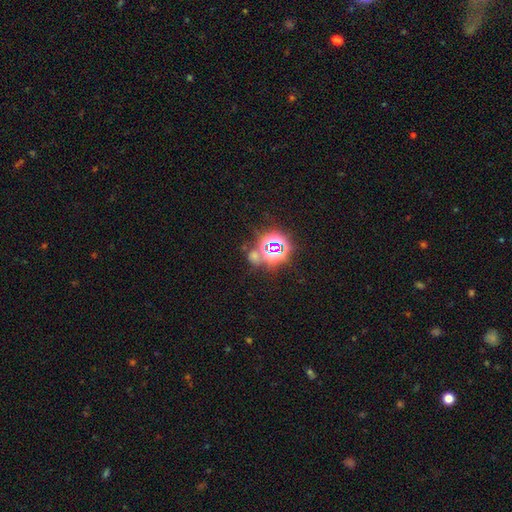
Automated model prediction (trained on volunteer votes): Morphology: type=star or artifact (72%).